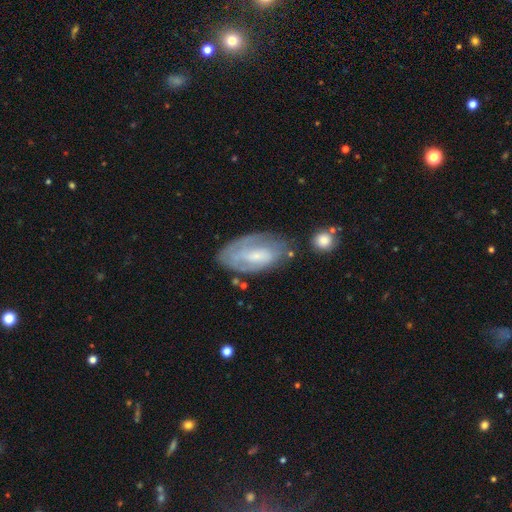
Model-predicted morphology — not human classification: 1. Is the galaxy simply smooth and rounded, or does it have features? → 61% featured or disk, 32% smooth, 7% star or artifact.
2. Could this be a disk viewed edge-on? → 93% no, 7% yes.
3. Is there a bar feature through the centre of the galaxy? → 47% no, 41% weak, 12% strong.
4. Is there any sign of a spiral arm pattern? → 71% yes, 29% no.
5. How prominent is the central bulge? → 56% small, 31% moderate, 8% none, 4% large, 1% dominant.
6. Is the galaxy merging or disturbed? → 61% none, 24% minor disturbance, 10% major disturbance, 5% merger.